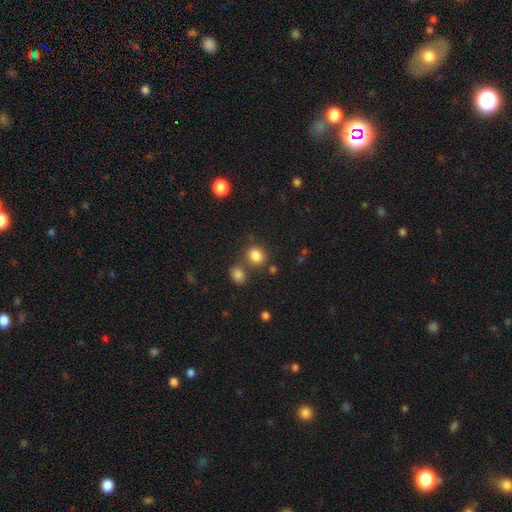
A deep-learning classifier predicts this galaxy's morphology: This is clearly a smooth galaxy (83%). How rounded: likely round (60%). Merging: likely none (66%).